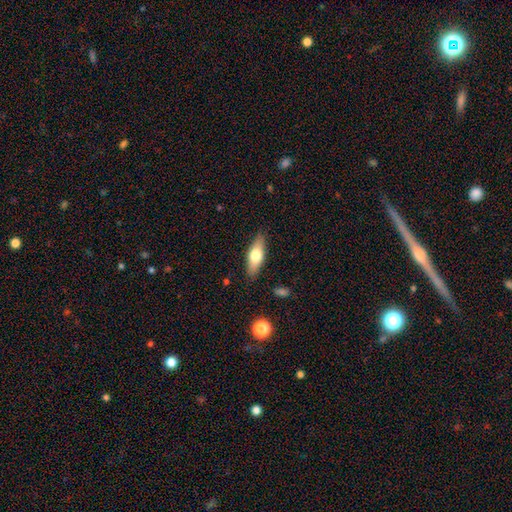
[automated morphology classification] smooth 62%, featured or disk 32%, star or artifact 6%. Down the decision tree: how rounded — in between (64%); merging — none (85%).